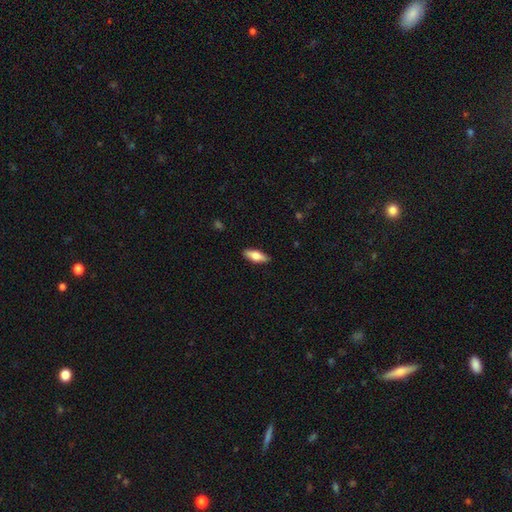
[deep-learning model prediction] A smooth galaxy with no disk features (69%) that is in between round and cigar-shaped (70%).

Vote fractions:
- Smooth or featured? smooth: 69% / featured or disk: 25% / star or artifact: 6%
- How rounded? in between: 70% / cigar-shaped: 28% / round: 2%
- Merging? none: 88% / minor disturbance: 9% / major disturbance: 2% / merger: 1%